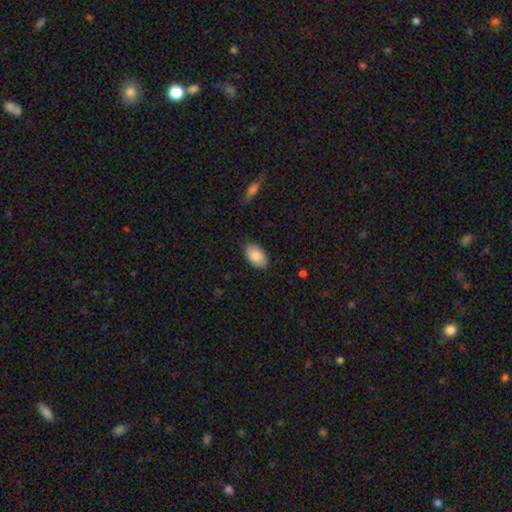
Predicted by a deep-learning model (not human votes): The model was most divided on "merging": none: 84%, minor disturbance: 12%, major disturbance: 2%, merger: 1%. More confident: how rounded — in between (94%); smooth or featured — smooth (87%).